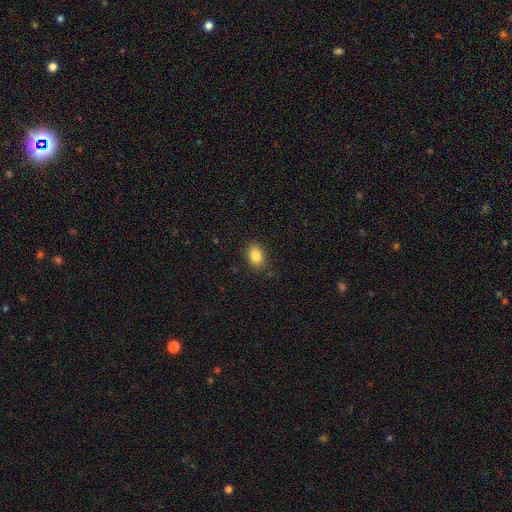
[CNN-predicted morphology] Smooth or featured? Predicted: smooth (p=0.85). How rounded? Predicted: in between (p=0.70). Merging? Predicted: none (p=0.84).